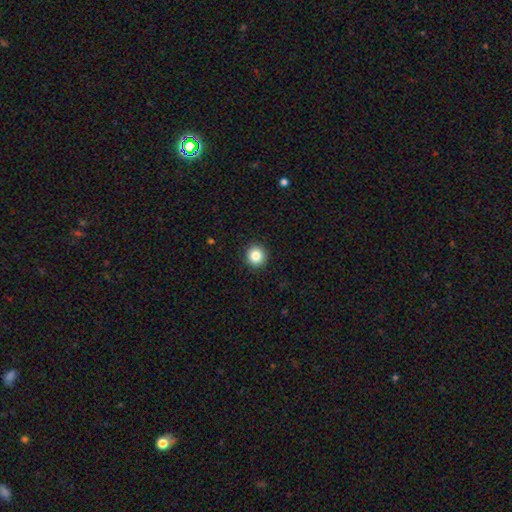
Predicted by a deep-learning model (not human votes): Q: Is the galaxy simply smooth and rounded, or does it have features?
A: smooth — 84%.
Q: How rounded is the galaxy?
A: round — 93%.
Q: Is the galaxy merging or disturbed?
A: none — 93%.